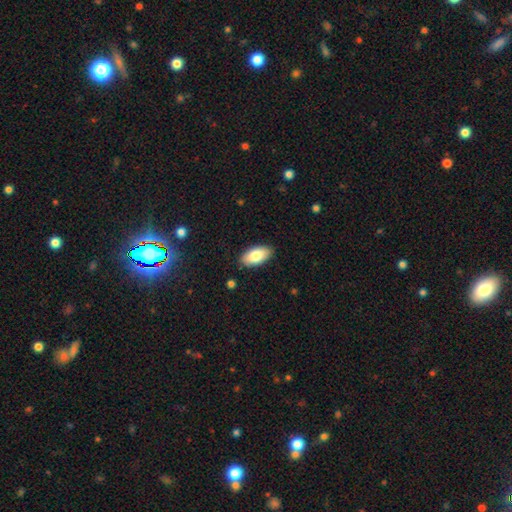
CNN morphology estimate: Smooth or featured? smooth (82%)
How rounded? in between (95%)
Merging? none (88%)